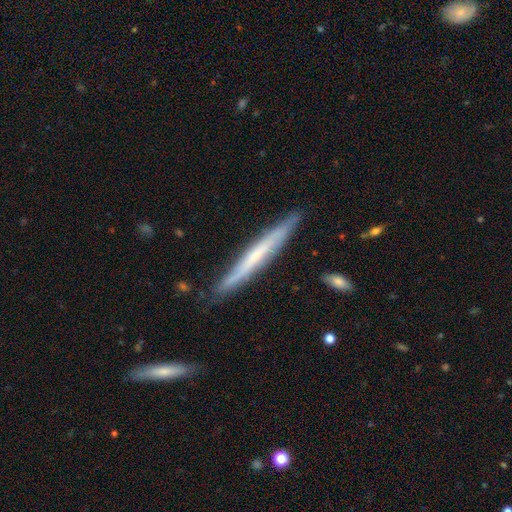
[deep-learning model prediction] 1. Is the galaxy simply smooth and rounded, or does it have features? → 51% featured or disk, 43% smooth, 6% star or artifact.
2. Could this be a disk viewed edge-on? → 92% yes, 8% no.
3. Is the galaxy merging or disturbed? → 84% none, 12% minor disturbance, 2% major disturbance, 2% merger.